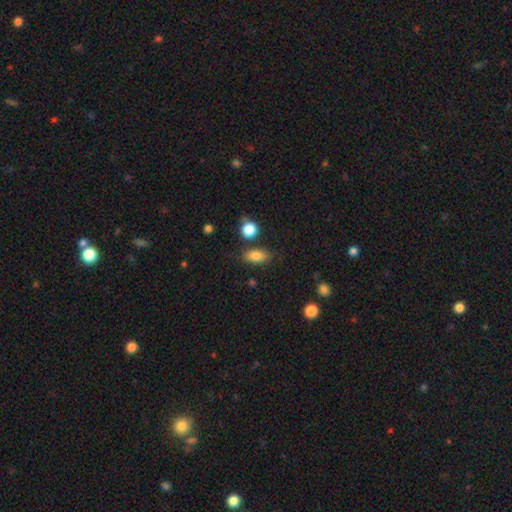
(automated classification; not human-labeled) The model was most divided on "merging": none: 77%, minor disturbance: 13%, merger: 6%, major disturbance: 4%. More confident: smooth or featured — smooth (84%); how rounded — in between (82%).